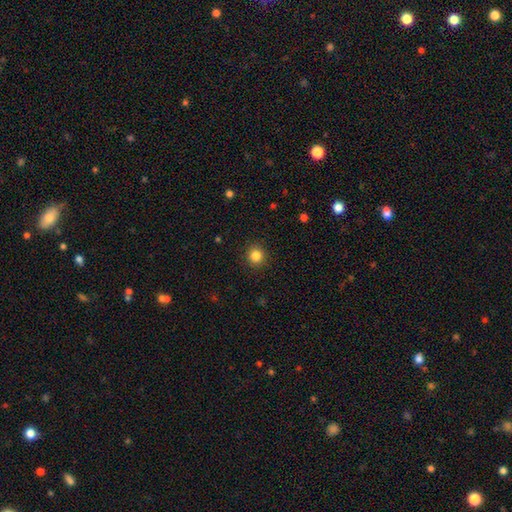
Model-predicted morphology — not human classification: This is clearly a smooth galaxy (84%). How rounded: clearly round (91%). Merging: clearly none (92%).